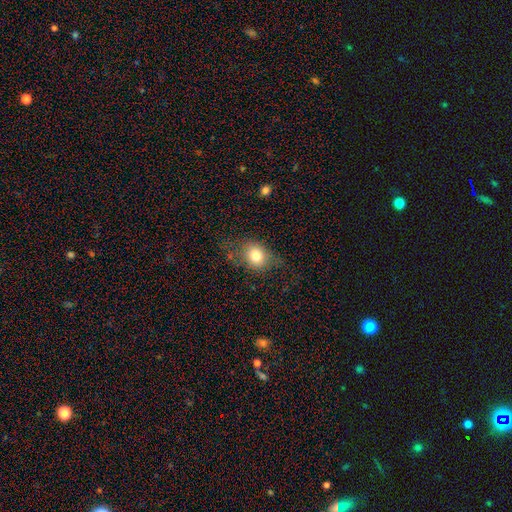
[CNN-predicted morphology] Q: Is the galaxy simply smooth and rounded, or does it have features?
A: smooth — 75%.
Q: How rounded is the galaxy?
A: in between — 50%.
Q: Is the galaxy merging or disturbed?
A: none — 61%.